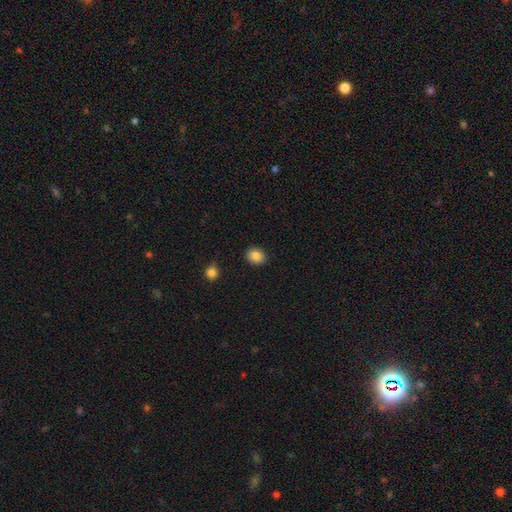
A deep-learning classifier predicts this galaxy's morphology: This appears to be a smooth galaxy with no disk features (86%) that is round (61%). Merging: none (89%).